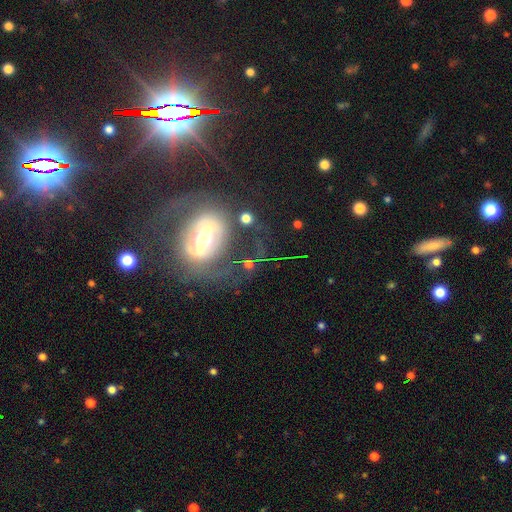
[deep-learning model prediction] Overall: featured or disk (68%). Edge-on disk: no (80%). Bar: strong (58%; weak 24%). Spiral arms: yes (53%; no 47%). Bulge size: moderate (54%; large 21%). Merging: none (62%).